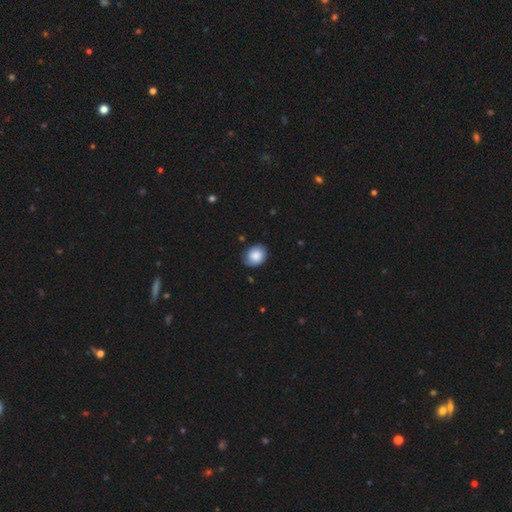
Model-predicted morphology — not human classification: Q: Smooth or featured?
A: smooth (76%); runner-up: featured or disk (17%)
Q: How rounded?
A: in between (51%); runner-up: round (48%)
Q: Merging?
A: none (70%); runner-up: minor disturbance (23%)